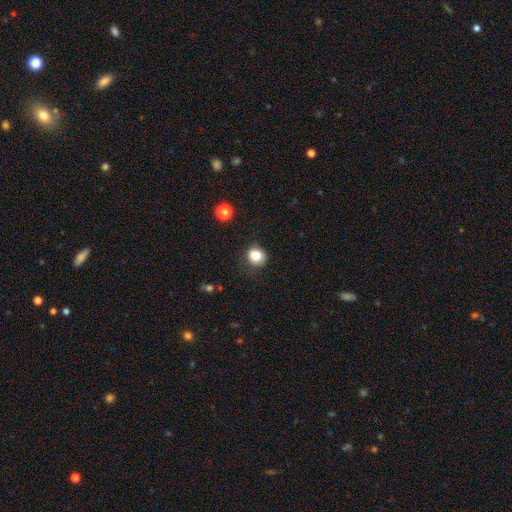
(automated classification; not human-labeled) Smooth or featured?
  - smooth: 84% *
  - star or artifact: 11%
  - featured or disk: 5%
How rounded?
  - round: 77% *
  - in between: 22%
  - cigar-shaped: 1%
Merging?
  - none: 75% *
  - minor disturbance: 18%
  - major disturbance: 5%
  - merger: 2%